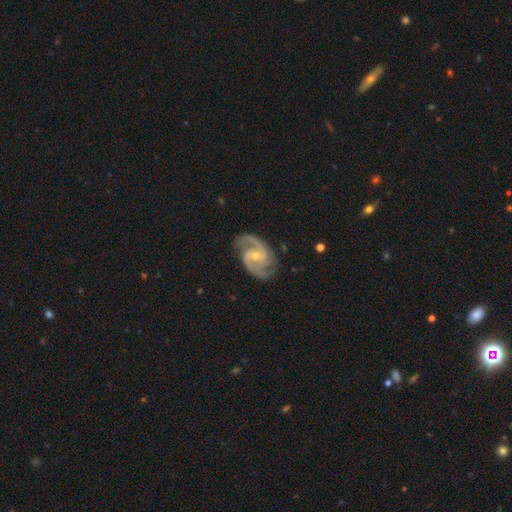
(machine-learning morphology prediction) A featured or disk galaxy (92%) with no bar (44%, tied with weak), 2 (64%) medium (56%) spiral arms (98%) and a small central bulge (56%). Merging: none (75%).